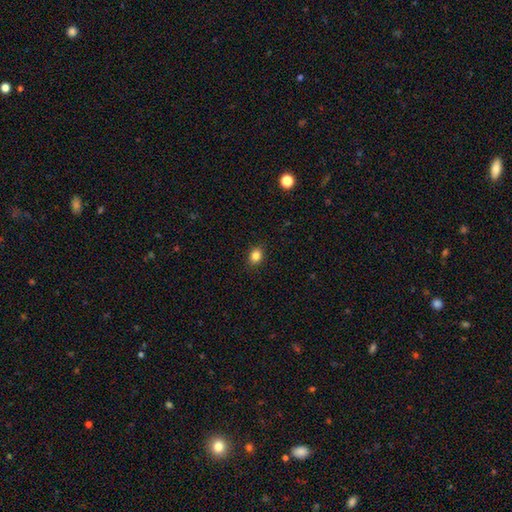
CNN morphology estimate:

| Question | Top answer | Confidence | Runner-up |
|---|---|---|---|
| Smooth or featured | smooth | 84% | star or artifact (11%) |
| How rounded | in between | 57% | round (42%) |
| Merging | none | 89% | minor disturbance (8%) |